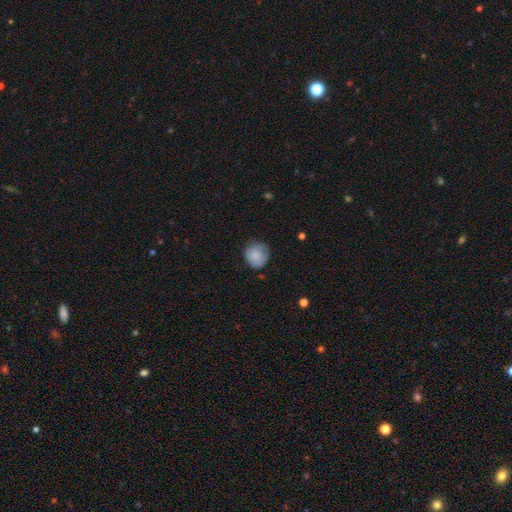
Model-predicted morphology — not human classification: smooth_or_featured: smooth (p=0.82) [alt: featured or disk p=0.10]
how_rounded: round (p=0.85) [alt: in between p=0.14]
merging: none (p=0.70) [alt: minor disturbance p=0.23]